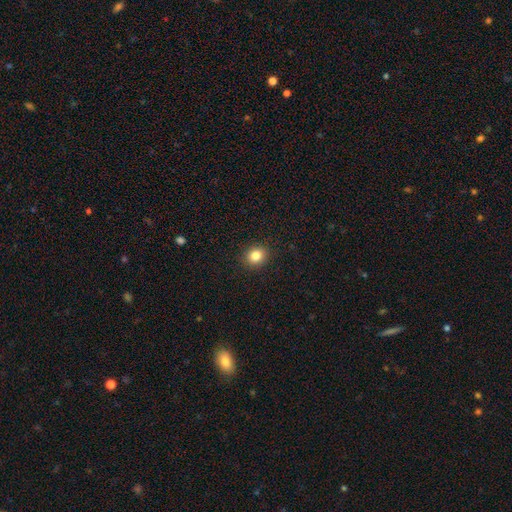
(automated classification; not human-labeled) smooth 83%, star or artifact 11%, featured or disk 6%. Down the decision tree: how rounded — round (69%); merging — none (91%).